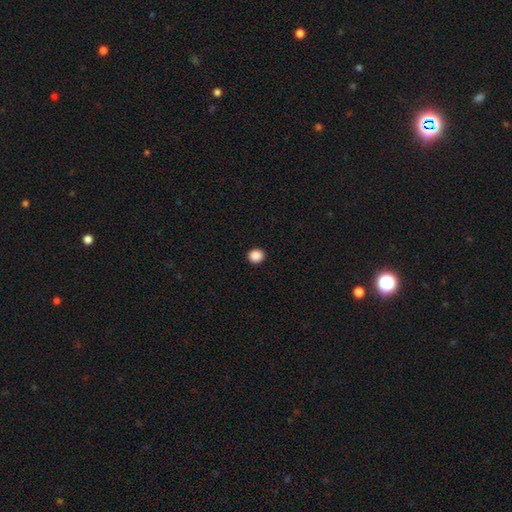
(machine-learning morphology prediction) Smooth or featured? Predicted: smooth (p=0.88). How rounded? Predicted: round (p=0.86). Merging? Predicted: none (p=0.93).